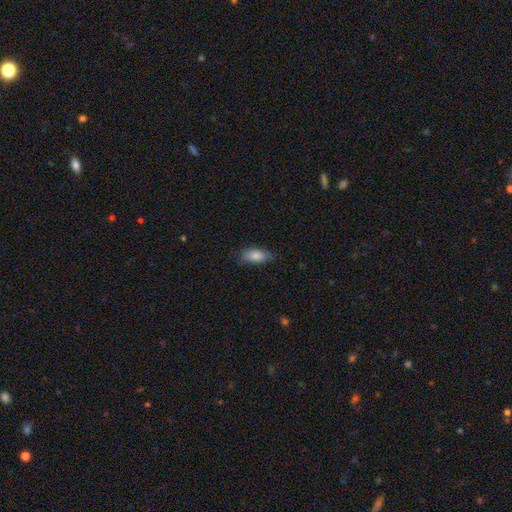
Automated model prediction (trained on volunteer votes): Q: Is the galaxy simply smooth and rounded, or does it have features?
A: smooth — 83%.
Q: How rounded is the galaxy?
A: in between — 88%.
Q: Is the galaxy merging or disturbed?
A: none — 74%.